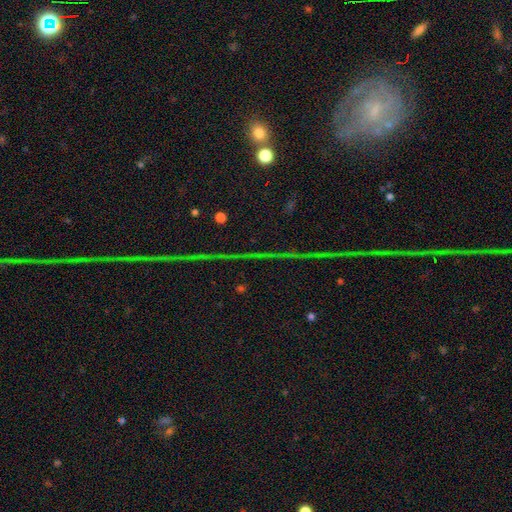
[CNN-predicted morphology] A star or artifact, not a galaxy (75%).

Vote fractions:
- Smooth or featured? star or artifact: 75% / featured or disk: 15% / smooth: 10%